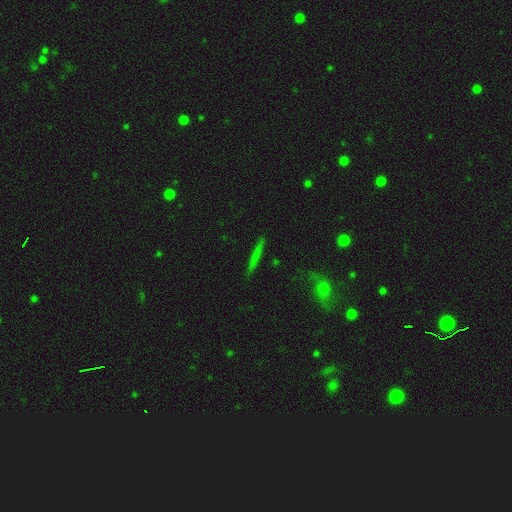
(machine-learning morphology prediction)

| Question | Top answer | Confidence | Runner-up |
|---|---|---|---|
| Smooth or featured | smooth | 55% | featured or disk (34%) |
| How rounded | cigar-shaped | 93% | in between (4%) |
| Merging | none | 88% | minor disturbance (8%) |